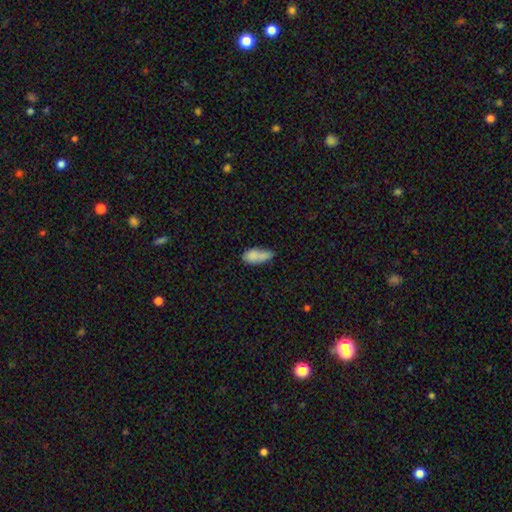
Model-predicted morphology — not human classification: smooth-or-featured: smooth: 80% | featured or disk: 12% | star or artifact: 8%
  how-rounded: in between: 82% | cigar-shaped: 15% | round: 4%
  merging: none: 38% | minor disturbance: 31% | merger: 19% | major disturbance: 12%